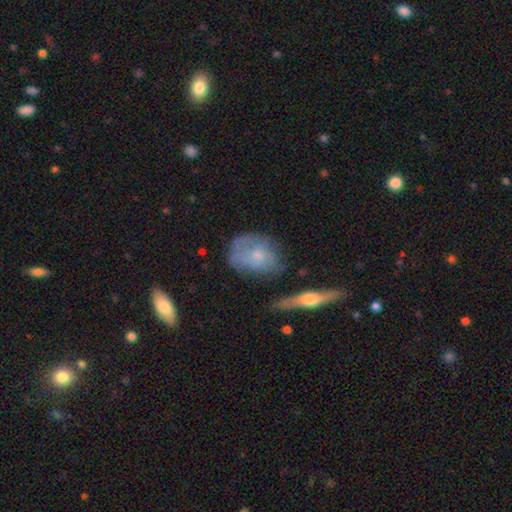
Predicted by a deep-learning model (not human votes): Smooth or featured: featured or disk — 47% (smooth — 45%)
Merging: none — 51% (minor disturbance — 30%)